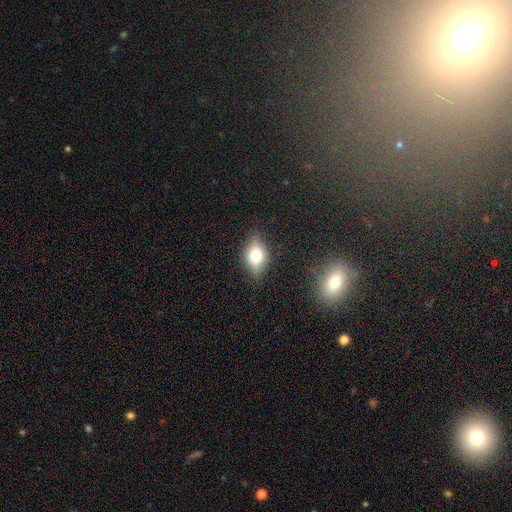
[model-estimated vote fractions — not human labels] Smooth or featured?
  - smooth: 65% *
  - featured or disk: 25%
  - star or artifact: 10%
How rounded?
  - in between: 75% *
  - round: 21%
  - cigar-shaped: 4%
Merging?
  - none: 77% *
  - minor disturbance: 17%
  - major disturbance: 4%
  - merger: 1%